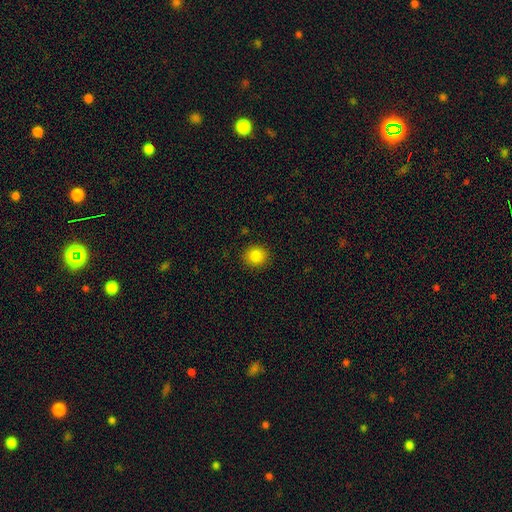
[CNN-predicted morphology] Smooth or featured?
  - smooth: 83% *
  - star or artifact: 11%
  - featured or disk: 6%
How rounded?
  - round: 85% *
  - in between: 14%
  - cigar-shaped: 1%
Merging?
  - none: 90% *
  - minor disturbance: 7%
  - major disturbance: 2%
  - merger: 1%